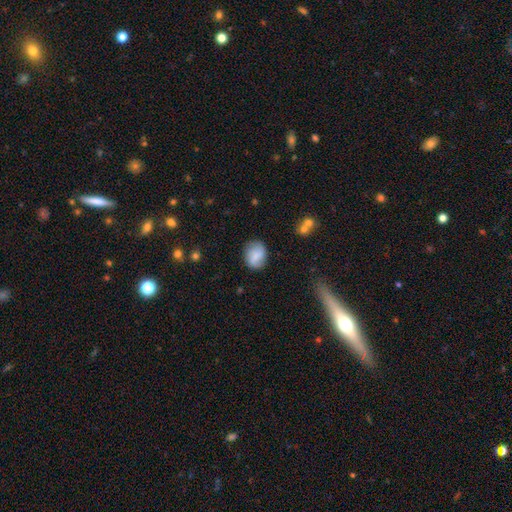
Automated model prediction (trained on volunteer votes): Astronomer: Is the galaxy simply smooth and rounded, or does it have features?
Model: smooth — 70%.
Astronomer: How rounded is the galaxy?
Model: round — 50% (runner-up: in between, 48%).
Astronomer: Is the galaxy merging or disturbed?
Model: none — 76%.